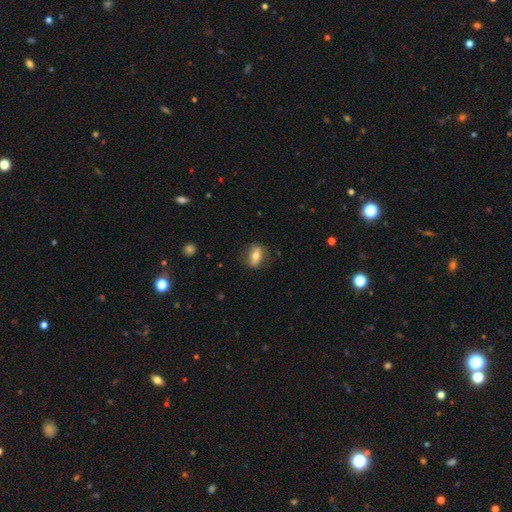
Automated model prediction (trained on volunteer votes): smooth-or-featured: smooth: 61% | featured or disk: 31% | star or artifact: 8%
  how-rounded: in between: 70% | round: 19% | cigar-shaped: 10%
  merging: none: 78% | minor disturbance: 16% | major disturbance: 5% | merger: 1%